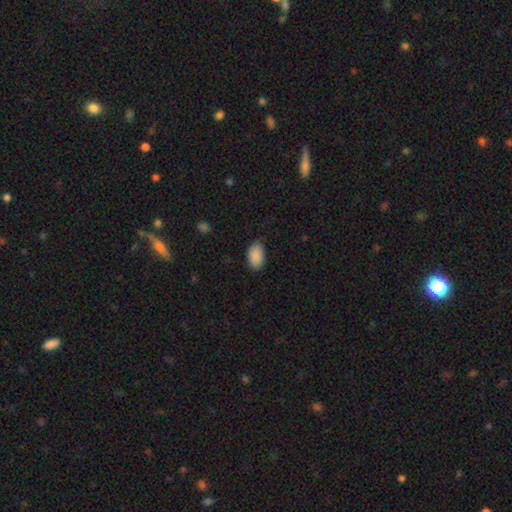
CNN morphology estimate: Smooth or featured: smooth — 90% (star or artifact — 7%)
How rounded: in between — 93% (round — 5%)
Merging: none — 84% (minor disturbance — 12%)